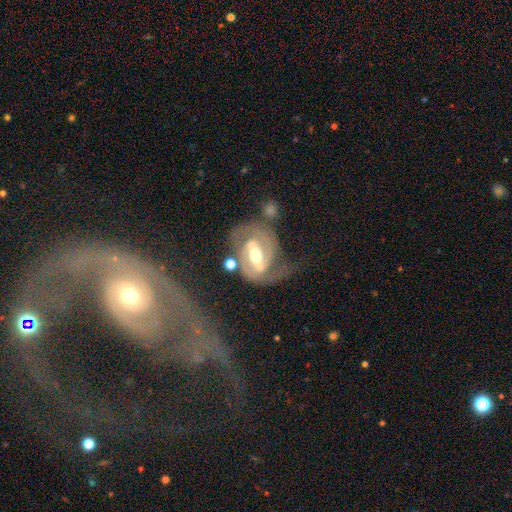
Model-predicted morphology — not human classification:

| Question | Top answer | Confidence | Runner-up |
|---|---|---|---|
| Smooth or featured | featured or disk | 88% | smooth (7%) |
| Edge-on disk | no | 96% | yes (4%) |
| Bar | strong | 69% | weak (24%) |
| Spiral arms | yes | 95% | no (5%) |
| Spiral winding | medium | 45% | tight (41%) |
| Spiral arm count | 2 | 86% | can't tell (5%) |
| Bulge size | moderate | 64% | small (27%) |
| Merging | none | 53% | minor disturbance (20%) |